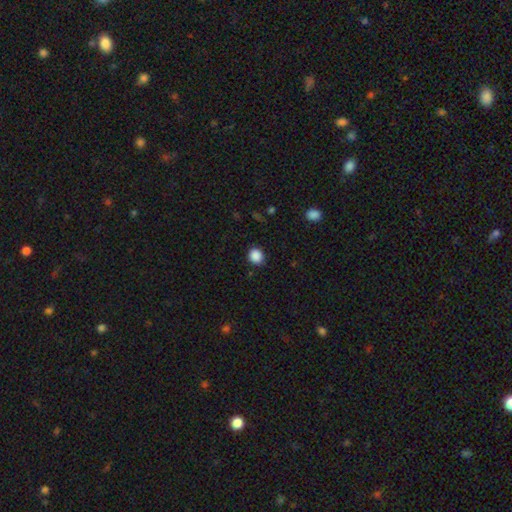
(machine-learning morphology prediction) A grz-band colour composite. It shows a smooth galaxy with no disk features (88%) that is round (81%). Merging: none (88%).